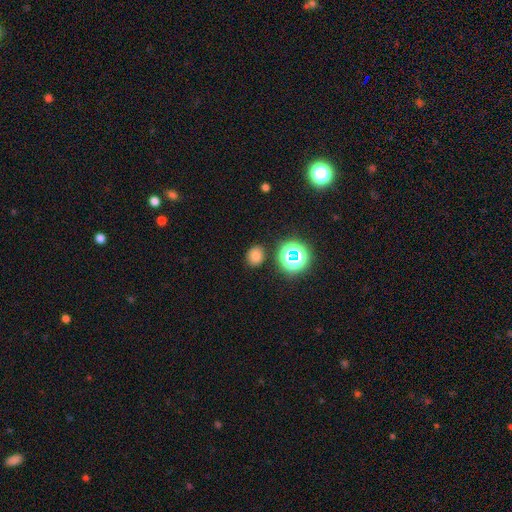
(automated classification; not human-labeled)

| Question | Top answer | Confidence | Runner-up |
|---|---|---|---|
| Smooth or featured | smooth | 71% | star or artifact (22%) |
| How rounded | round | 63% | in between (36%) |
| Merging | none | 85% | minor disturbance (9%) |